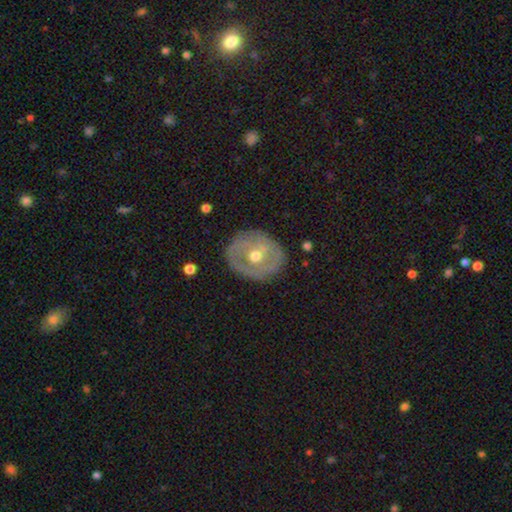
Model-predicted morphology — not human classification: featured or disk 62%, smooth 31%, star or artifact 6%. Down the decision tree: edge-on disk — no (95%); bar — no (54%); spiral arms — no (63%); bulge size — moderate (70%); merging — none (77%).